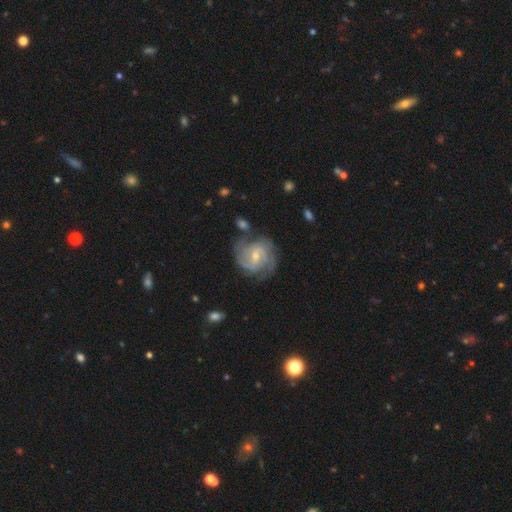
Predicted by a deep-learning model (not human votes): A featured or disk galaxy (84%) with a weak bar (55%), 2 (39%) tight (51%) spiral arms (95%) and a small central bulge (58%).

Vote fractions:
- Smooth or featured? featured or disk: 84% / smooth: 11% / star or artifact: 5%
- Edge-on disk? no: 98% / yes: 2%
- Bar? weak: 55% / no: 34% / strong: 11%
- Spiral arms? yes: 95% / no: 5%
- Spiral winding? tight: 51% / medium: 39% / loose: 10%
- Spiral arm count? 2: 39% / 3: 24% / can't tell: 22% / 4: 7% / 1: 4% / more than 4: 4%
- Bulge size? small: 58% / moderate: 37% / none: 2% / large: 2% / dominant: 1%
- Merging? none: 67% / minor disturbance: 19% / major disturbance: 9% / merger: 6%